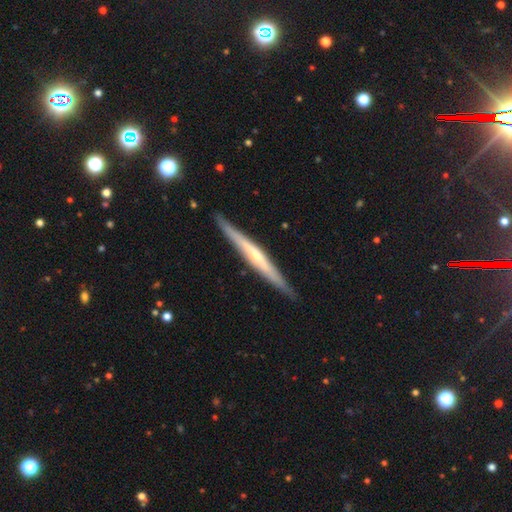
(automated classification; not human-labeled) This appears to be a featured or disk galaxy (69%) viewed edge-on (97%) with a rounded central bulge (54%). Merging: none (90%).